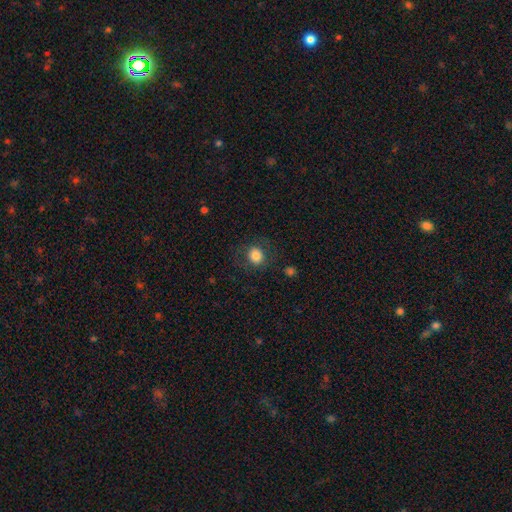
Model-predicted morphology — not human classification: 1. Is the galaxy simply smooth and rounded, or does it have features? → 81% smooth, 10% star or artifact, 9% featured or disk.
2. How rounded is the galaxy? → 78% round, 21% in between, 1% cigar-shaped.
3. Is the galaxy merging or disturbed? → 80% none, 12% minor disturbance, 7% major disturbance, 2% merger.